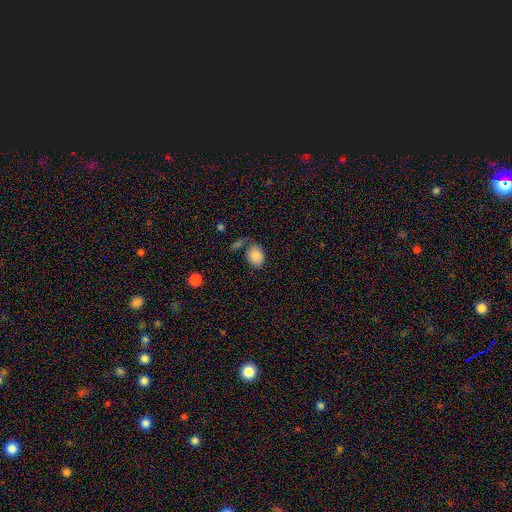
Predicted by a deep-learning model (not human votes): Smooth or featured?
  - smooth: 87% *
  - star or artifact: 8%
  - featured or disk: 5%
How rounded?
  - in between: 61% *
  - round: 38%
  - cigar-shaped: 1%
Merging?
  - none: 62% *
  - minor disturbance: 19%
  - merger: 11%
  - major disturbance: 8%